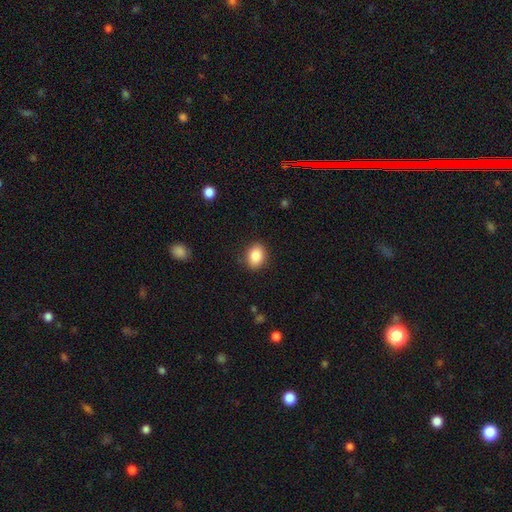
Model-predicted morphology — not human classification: smooth-or-featured: smooth: 86% | star or artifact: 8% | featured or disk: 6%
  how-rounded: in between: 61% | round: 38% | cigar-shaped: 1%
  merging: none: 88% | minor disturbance: 9% | major disturbance: 2% | merger: 1%